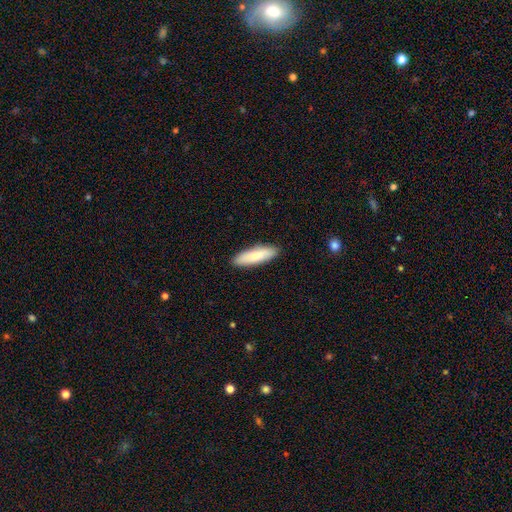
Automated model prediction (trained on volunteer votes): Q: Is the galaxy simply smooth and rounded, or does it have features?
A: smooth — 82%.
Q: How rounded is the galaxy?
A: cigar-shaped — 59%.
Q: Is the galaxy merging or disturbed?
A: none — 90%.